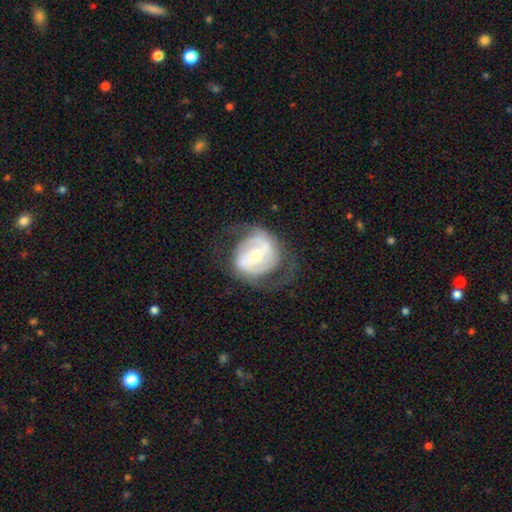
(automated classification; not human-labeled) Q: Smooth or featured?
A: featured or disk (78%); runner-up: smooth (16%)
Q: Edge-on disk?
A: no (97%); runner-up: yes (3%)
Q: Bar?
A: strong (43%); runner-up: weak (38%)
Q: Spiral arms?
A: yes (79%); runner-up: no (21%)
Q: Spiral winding?
A: medium (44%); runner-up: tight (31%)
Q: Spiral arm count?
A: 2 (77%); runner-up: can't tell (14%)
Q: Bulge size?
A: moderate (50%); runner-up: small (44%)
Q: Merging?
A: none (63%); runner-up: major disturbance (18%)